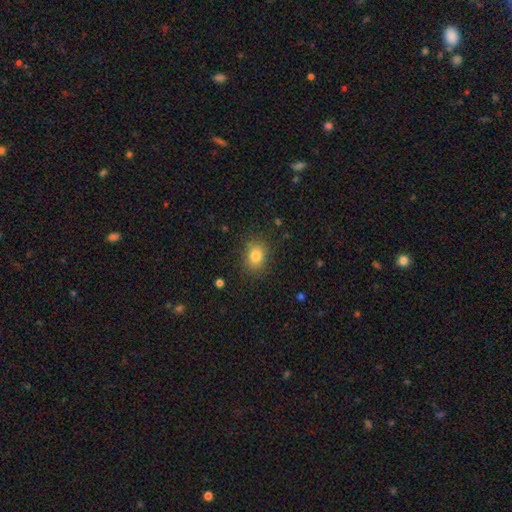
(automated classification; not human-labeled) A smooth galaxy with no disk features (83%) that is in between round and cigar-shaped (53%). Merging: none (84%).